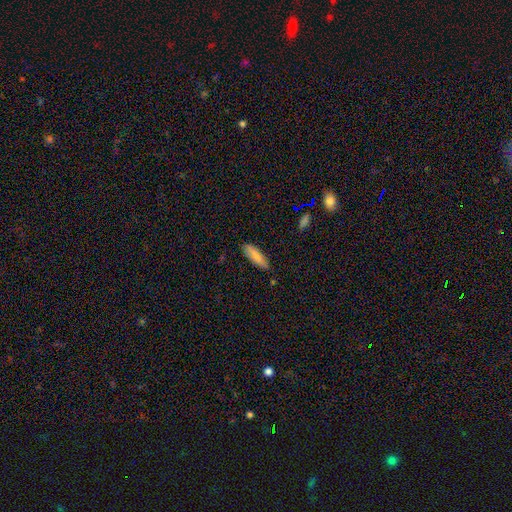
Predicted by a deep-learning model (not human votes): Morphology: type=smooth (84%); roundness=in between (50%); merging=none (78%).